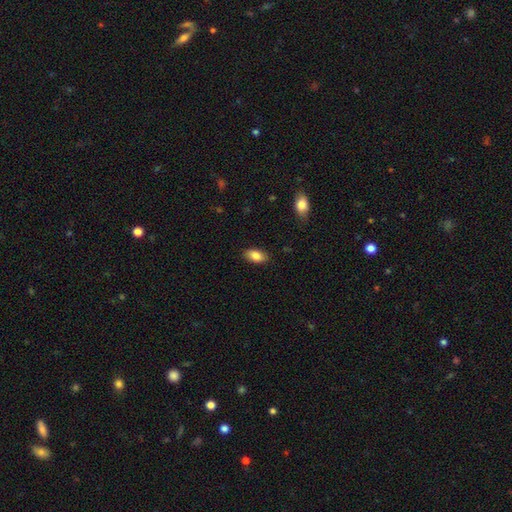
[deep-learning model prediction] Morphology: type=smooth (86%); roundness=in between (92%); merging=none (87%).